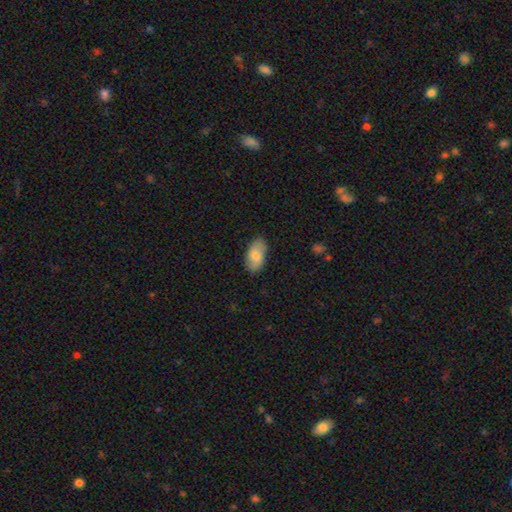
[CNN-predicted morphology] smooth-or-featured: smooth: 74% | featured or disk: 20% | star or artifact: 6%
  how-rounded: in between: 94% | round: 3% | cigar-shaped: 2%
  merging: none: 83% | minor disturbance: 14% | major disturbance: 3% | merger: 1%